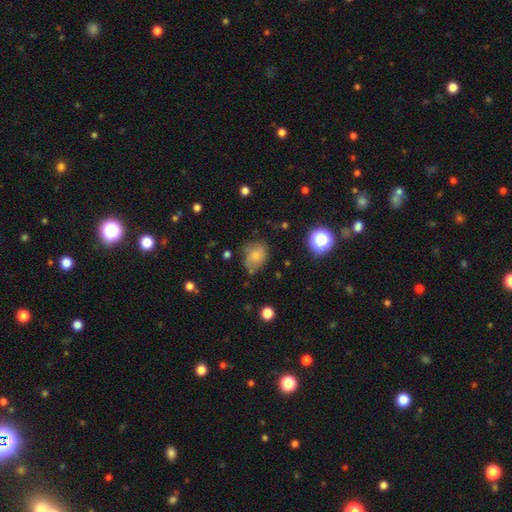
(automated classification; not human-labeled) smooth_or_featured: smooth (p=0.68) [alt: featured or disk p=0.20]
how_rounded: round (p=0.51) [alt: in between p=0.48]
merging: none (p=0.57) [alt: minor disturbance p=0.29]